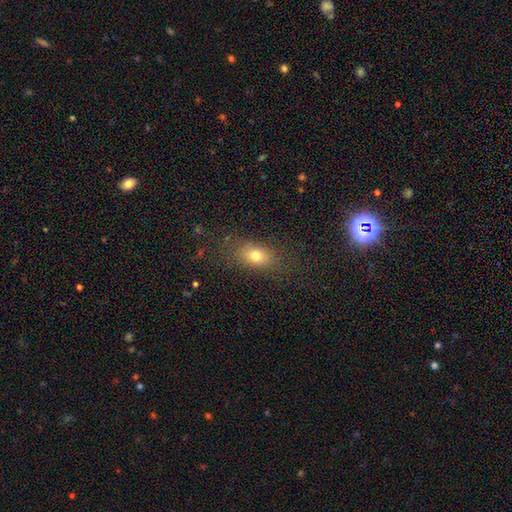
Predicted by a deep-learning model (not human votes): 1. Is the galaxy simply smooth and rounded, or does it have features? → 75% smooth, 13% star or artifact, 12% featured or disk.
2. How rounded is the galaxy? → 73% in between, 24% round, 3% cigar-shaped.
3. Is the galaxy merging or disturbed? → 78% none, 14% minor disturbance, 7% major disturbance, 1% merger.